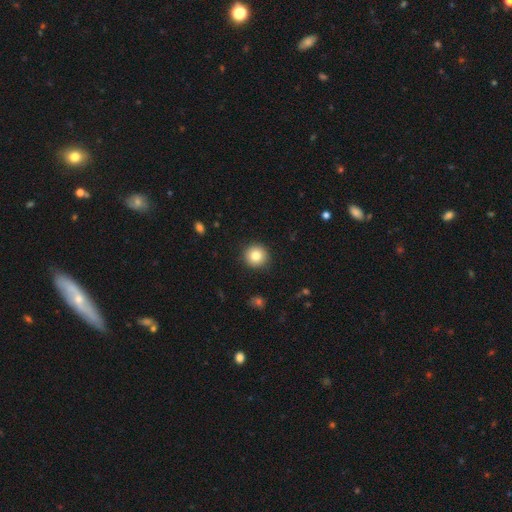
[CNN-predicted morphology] smooth-or-featured: smooth: 81% | star or artifact: 10% | featured or disk: 9%
  how-rounded: round: 95% | in between: 4% | cigar-shaped: 1%
  merging: none: 91% | minor disturbance: 6% | major disturbance: 2% | merger: 1%